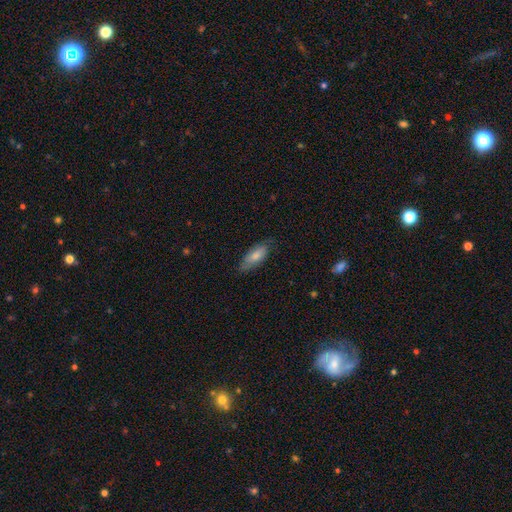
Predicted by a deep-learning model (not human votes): Smooth or featured? smooth (73%)
How rounded? in between (80%)
Merging? none (72%)